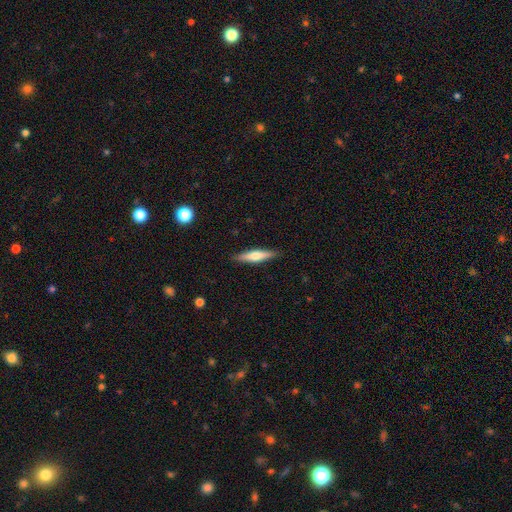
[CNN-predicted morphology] Overall: smooth (52%; featured or disk 42%). How rounded: cigar-shaped (82%). Merging: none (89%).